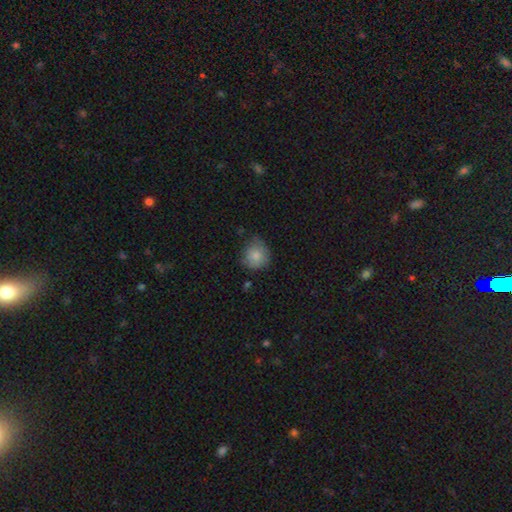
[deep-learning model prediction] Overall: smooth (80%). How rounded: round (87%). Merging: none (60%; minor disturbance 31%).